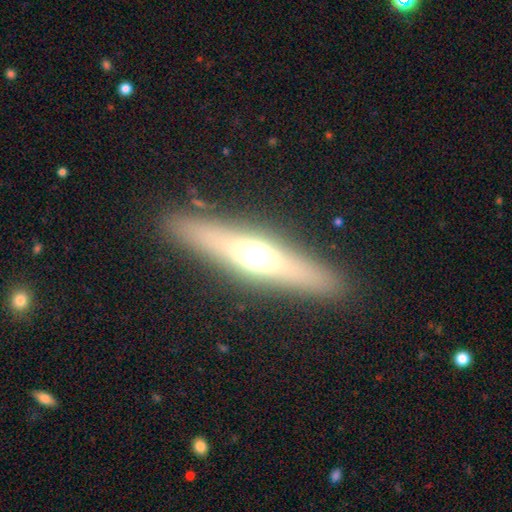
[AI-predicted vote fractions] A featured or disk galaxy (54%) viewed edge-on (87%). Merging: none (89%).